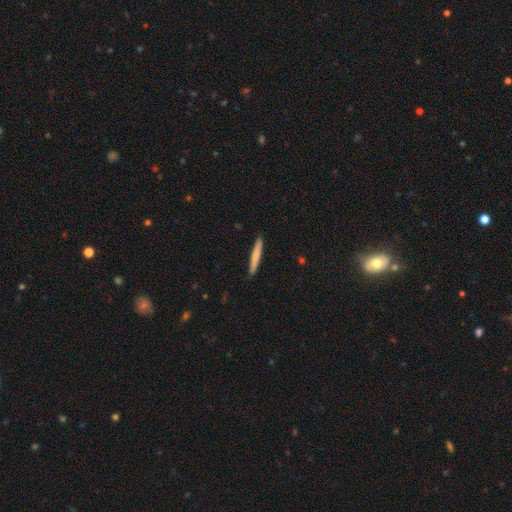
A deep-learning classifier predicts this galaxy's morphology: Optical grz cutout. It shows a smooth galaxy with no disk features (70%) that is cigar-shaped (96%). Merging: none (91%).